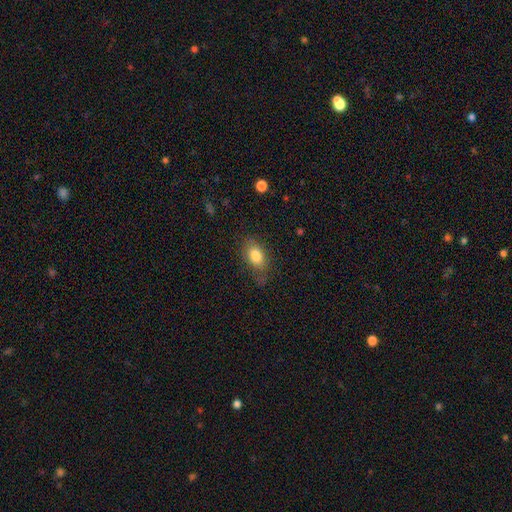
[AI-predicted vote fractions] Smooth or featured: smooth — 82% (featured or disk — 10%)
How rounded: in between — 84% (round — 13%)
Merging: none — 66% (minor disturbance — 23%)